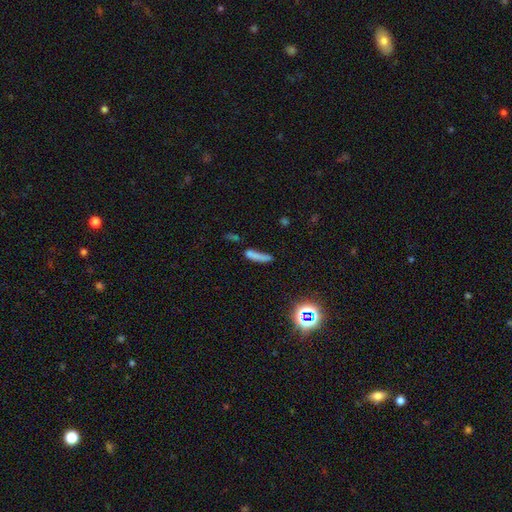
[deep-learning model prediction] Smooth or featured: smooth — 68% (featured or disk — 17%)
How rounded: cigar-shaped — 80% (in between — 17%)
Merging: none — 46% (minor disturbance — 20%)